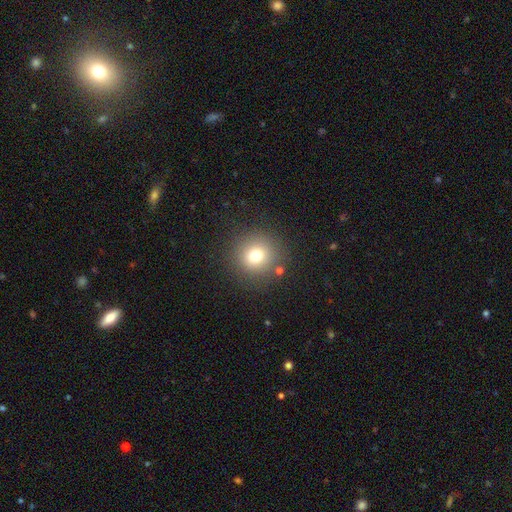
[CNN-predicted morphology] This is likely a smooth galaxy (74%). How rounded: clearly round (93%). Merging: clearly none (86%).